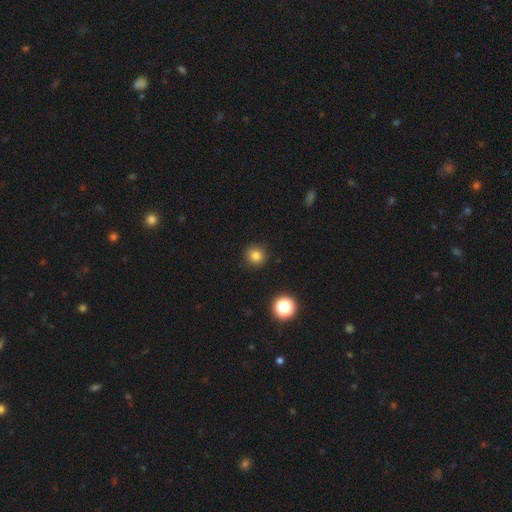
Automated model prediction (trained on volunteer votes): Smooth or featured? Predicted: smooth (p=0.79). How rounded? Predicted: round (p=0.94). Merging? Predicted: none (p=0.91).